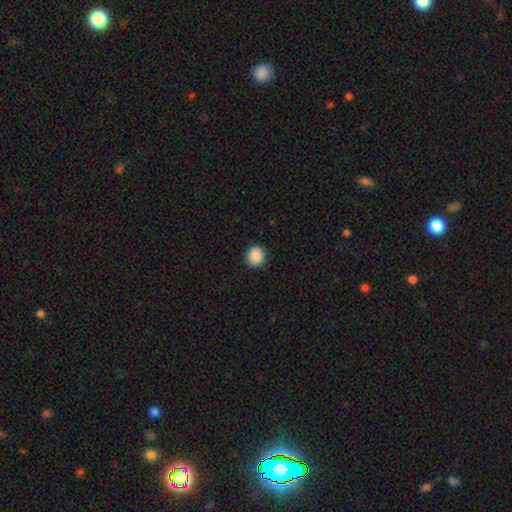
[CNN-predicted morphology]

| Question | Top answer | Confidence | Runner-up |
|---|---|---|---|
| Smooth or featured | smooth | 89% | star or artifact (8%) |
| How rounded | round | 87% | in between (12%) |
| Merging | none | 91% | minor disturbance (6%) |